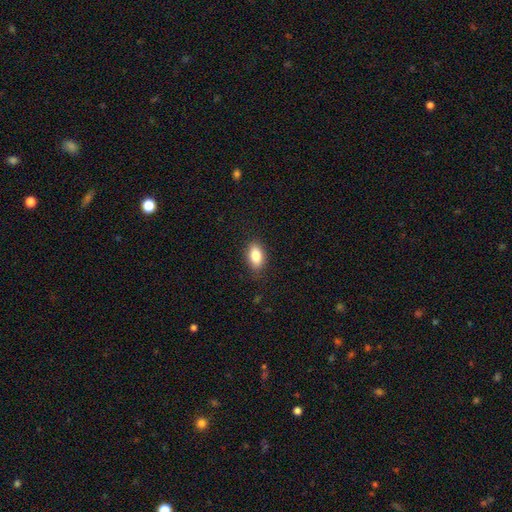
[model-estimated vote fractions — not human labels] smooth_or_featured: smooth (p=0.84) [alt: featured or disk p=0.08]
how_rounded: in between (p=0.89) [alt: round p=0.06]
merging: none (p=0.85) [alt: minor disturbance p=0.11]